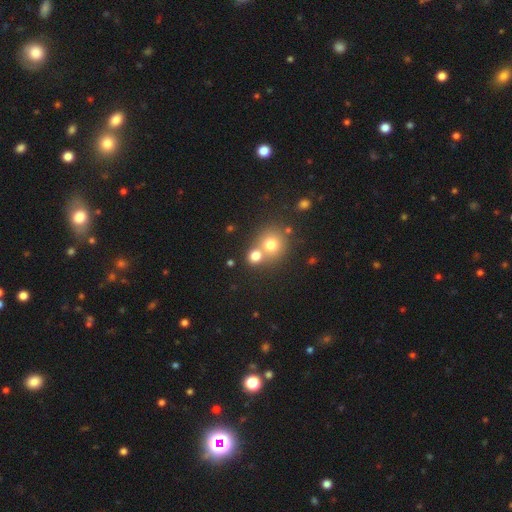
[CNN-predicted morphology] smooth_or_featured: smooth (p=0.75) [alt: star or artifact p=0.13]
how_rounded: round (p=0.81) [alt: in between p=0.18]
merging: merger (p=0.46) [alt: none p=0.44]